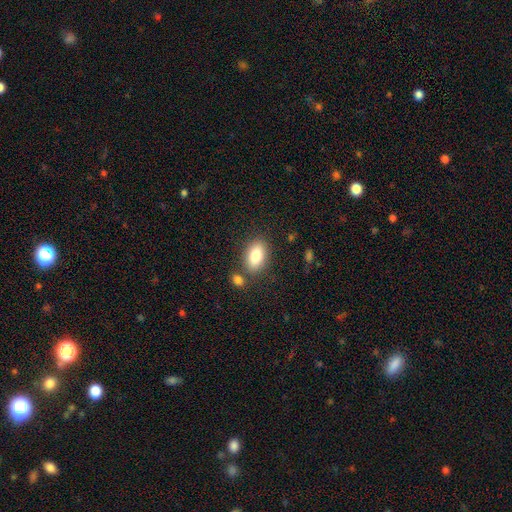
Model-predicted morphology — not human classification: This appears to be a smooth galaxy with no disk features (83%) that is in between round and cigar-shaped (90%). Merging: none (75%).